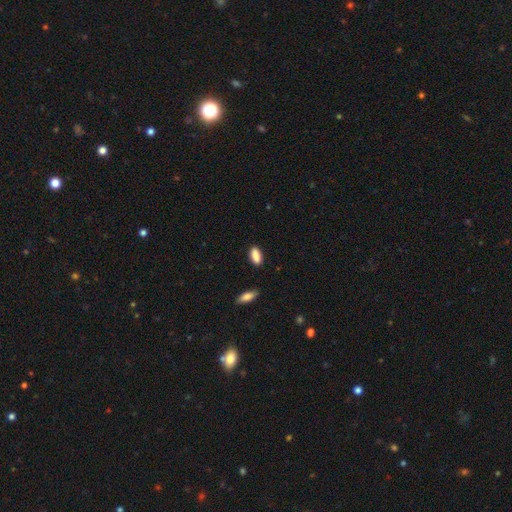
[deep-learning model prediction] Q: Smooth or featured?
A: smooth (89%); runner-up: star or artifact (7%)
Q: How rounded?
A: in between (84%); runner-up: cigar-shaped (13%)
Q: Merging?
A: none (86%); runner-up: minor disturbance (10%)